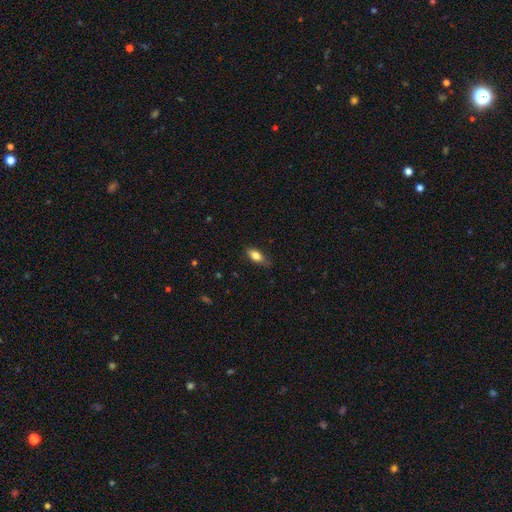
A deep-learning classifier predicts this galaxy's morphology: smooth_or_featured: smooth (p=0.78) [alt: featured or disk p=0.15]
how_rounded: in between (p=0.79) [alt: cigar-shaped p=0.18]
merging: none (p=0.75) [alt: minor disturbance p=0.20]